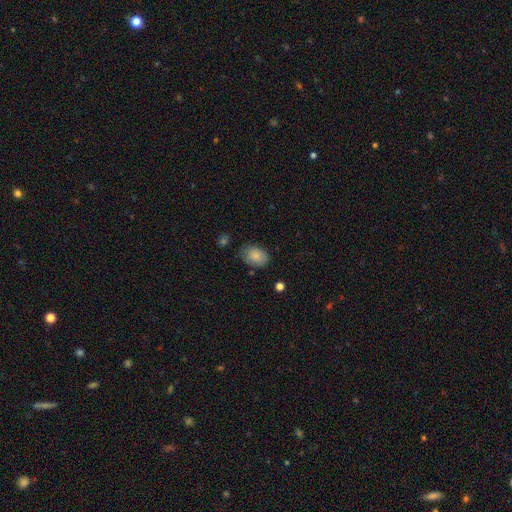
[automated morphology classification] smooth 84%, featured or disk 8%, star or artifact 7%. Down the decision tree: how rounded — in between (77%); merging — none (70%).